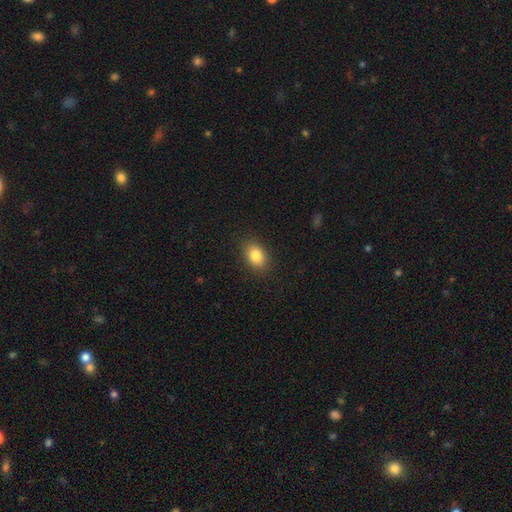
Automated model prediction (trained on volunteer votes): Overall: smooth (84%). How rounded: in between (78%). Merging: none (89%).